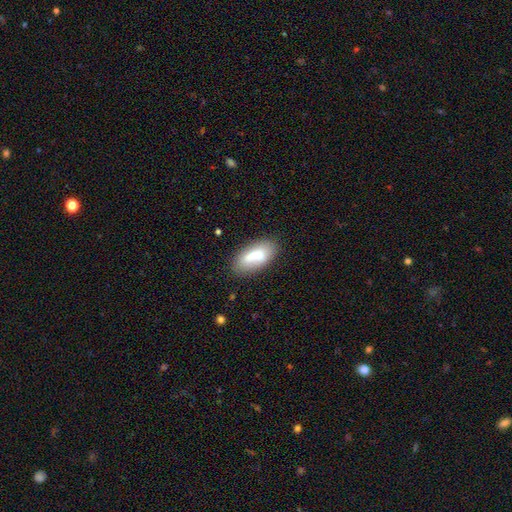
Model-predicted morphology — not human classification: Smooth or featured? Predicted: smooth (p=0.71). How rounded? Predicted: in between (p=0.90). Merging? Predicted: none (p=0.68).